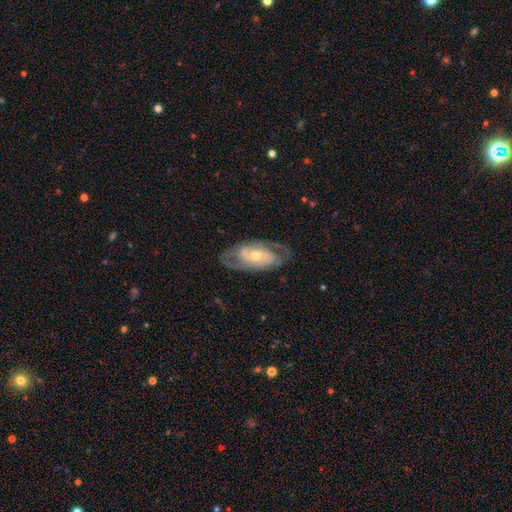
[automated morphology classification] Q: Smooth or featured?
A: featured or disk (81%); runner-up: smooth (14%)
Q: Edge-on disk?
A: no (93%); runner-up: yes (7%)
Q: Bar?
A: no (51%); runner-up: weak (37%)
Q: Spiral arms?
A: yes (91%); runner-up: no (9%)
Q: Spiral winding?
A: tight (44%); runner-up: medium (42%)
Q: Spiral arm count?
A: 2 (70%); runner-up: can't tell (17%)
Q: Bulge size?
A: moderate (53%); runner-up: small (41%)
Q: Merging?
A: none (72%); runner-up: minor disturbance (18%)